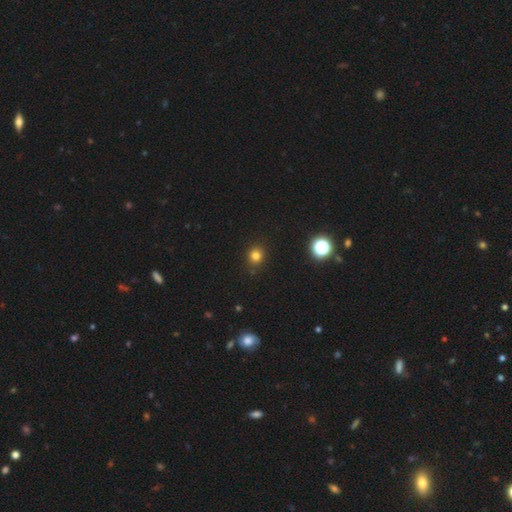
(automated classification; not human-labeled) Smooth or featured? smooth (79%)
How rounded? round (85%)
Merging? none (89%)